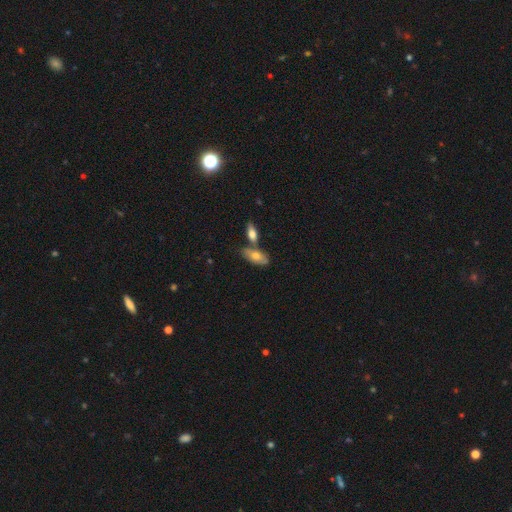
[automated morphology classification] A smooth galaxy with no disk features (68%) that is in between round and cigar-shaped (84%).

Vote fractions:
- Smooth or featured? smooth: 68% / featured or disk: 26% / star or artifact: 6%
- How rounded? in between: 84% / cigar-shaped: 13% / round: 3%
- Merging? none: 55% / merger: 29% / minor disturbance: 12% / major disturbance: 3%